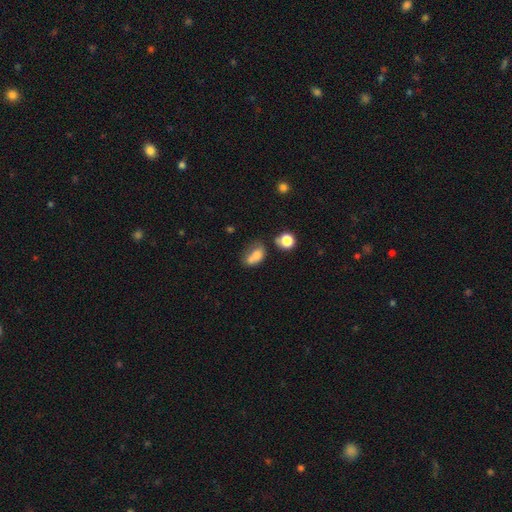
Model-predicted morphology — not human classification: smooth-or-featured: smooth: 71% | featured or disk: 17% | star or artifact: 12%
  how-rounded: in between: 75% | round: 22% | cigar-shaped: 3%
  merging: merger: 41% | none: 28% | minor disturbance: 18% | major disturbance: 13%